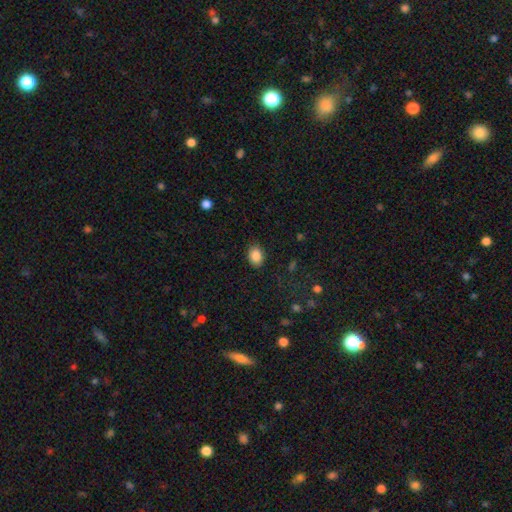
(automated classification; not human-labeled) A smooth galaxy with no disk features (88%) that is in between round and cigar-shaped (70%). Merging: none (87%).